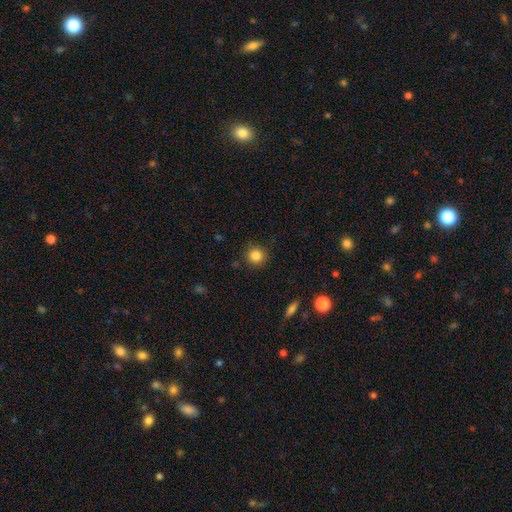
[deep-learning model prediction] Morphology: type=smooth (84%); roundness=round (94%); merging=none (89%).